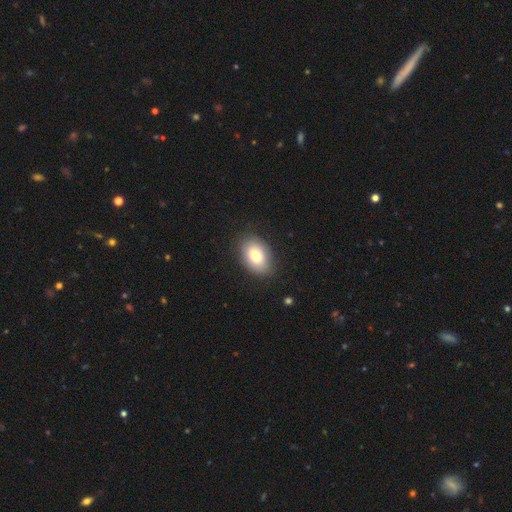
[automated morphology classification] A smooth galaxy with no disk features (79%) that is in between round and cigar-shaped (87%).

Vote fractions:
- Smooth or featured? smooth: 79% / featured or disk: 13% / star or artifact: 7%
- How rounded? in between: 87% / round: 12% / cigar-shaped: 1%
- Merging? none: 84% / minor disturbance: 12% / major disturbance: 3% / merger: 1%